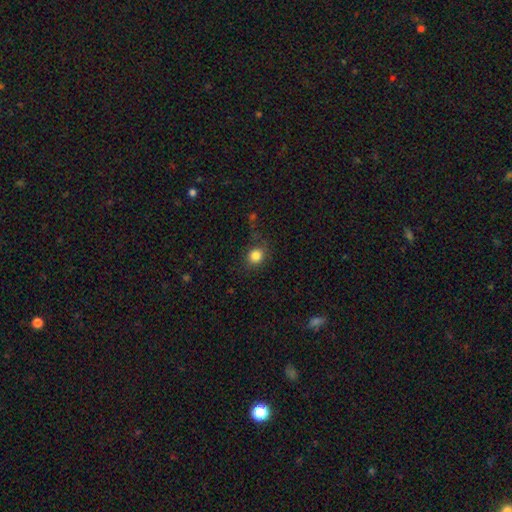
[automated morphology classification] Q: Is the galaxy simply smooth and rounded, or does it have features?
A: smooth — 84%.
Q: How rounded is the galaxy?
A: round — 80%.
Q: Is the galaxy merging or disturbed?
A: none — 77%.